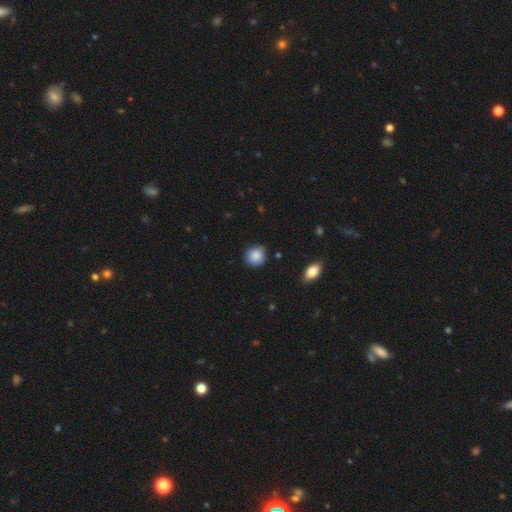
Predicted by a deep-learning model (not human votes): Morphology: type=smooth (87%); roundness=round (86%); merging=none (85%).